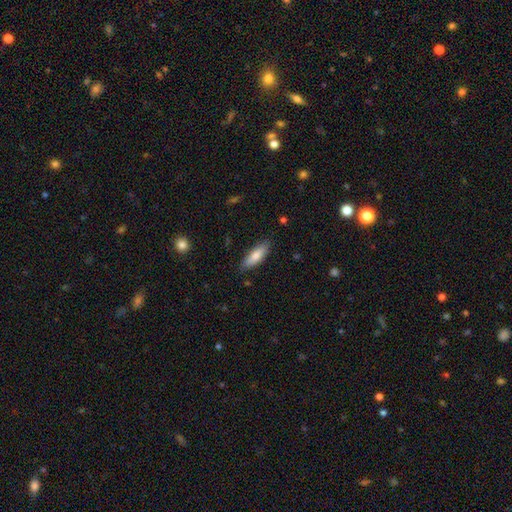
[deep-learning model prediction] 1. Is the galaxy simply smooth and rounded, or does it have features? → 77% smooth, 17% featured or disk, 6% star or artifact.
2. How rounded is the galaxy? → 53% in between, 45% cigar-shaped, 2% round.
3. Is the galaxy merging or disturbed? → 84% none, 13% minor disturbance, 2% major disturbance, 1% merger.